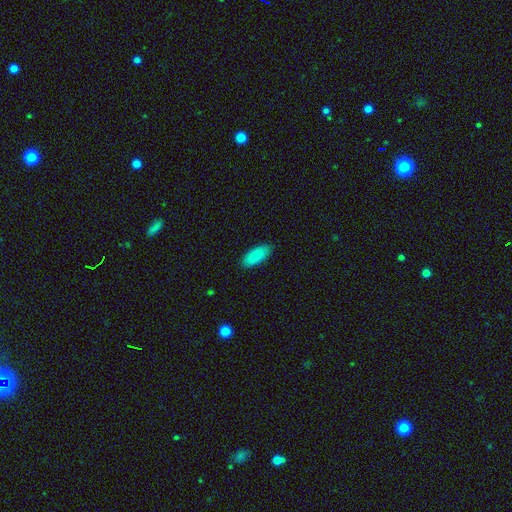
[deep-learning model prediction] This appears to be a smooth galaxy with no disk features (88%) that is in between round and cigar-shaped (83%). Merging: none (88%).